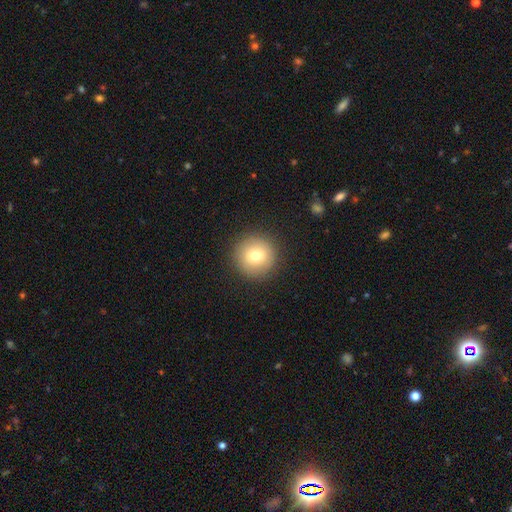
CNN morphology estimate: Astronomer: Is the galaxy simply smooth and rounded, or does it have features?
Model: smooth — 77%.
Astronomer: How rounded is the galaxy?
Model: round — 95%.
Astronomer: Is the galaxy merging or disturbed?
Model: none — 91%.